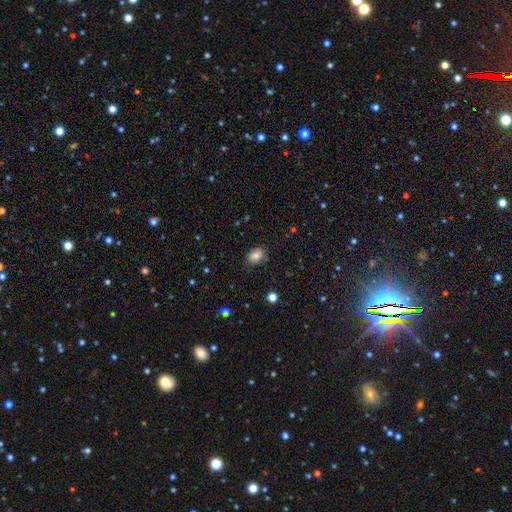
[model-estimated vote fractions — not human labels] Smooth or featured?
  - smooth: 80% *
  - star or artifact: 11%
  - featured or disk: 9%
How rounded?
  - in between: 70% *
  - round: 28%
  - cigar-shaped: 1%
Merging?
  - none: 75% *
  - minor disturbance: 19%
  - major disturbance: 4%
  - merger: 2%